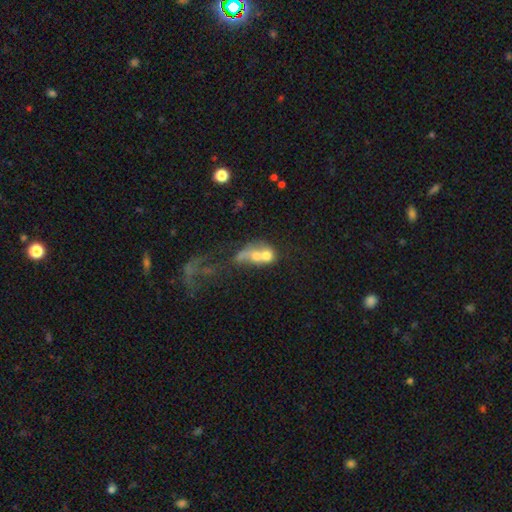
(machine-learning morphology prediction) This appears to be a smooth galaxy with no disk features (50%). Merging: merger (66%).